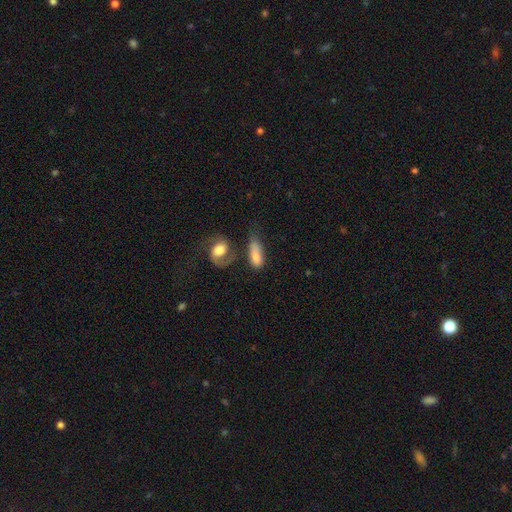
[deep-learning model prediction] smooth_or_featured: smooth (p=0.72) [alt: featured or disk p=0.21]
how_rounded: in between (p=0.79) [alt: cigar-shaped p=0.14]
merging: none (p=0.34) [alt: merger p=0.27]